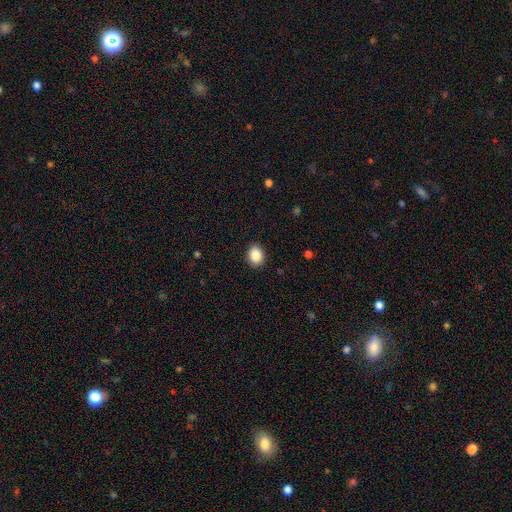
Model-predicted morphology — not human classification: This appears to be a smooth galaxy with no disk features (89%) that is in between round and cigar-shaped (56%). Merging: none (89%).